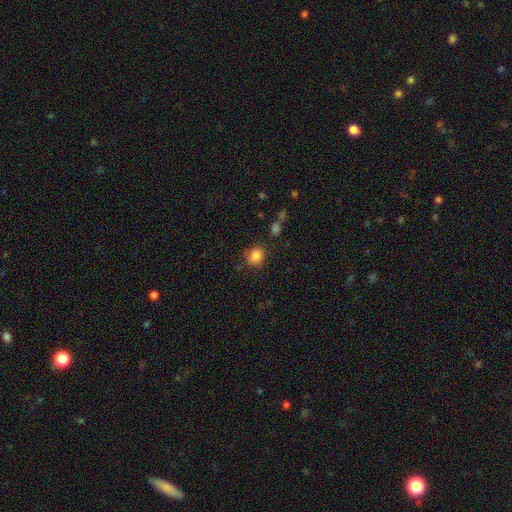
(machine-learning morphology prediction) Smooth or featured? Predicted: smooth (p=0.86). How rounded? Predicted: round (p=0.60). Merging? Predicted: none (p=0.81).